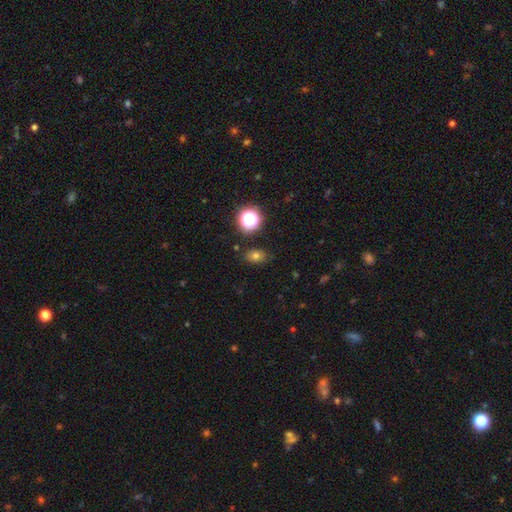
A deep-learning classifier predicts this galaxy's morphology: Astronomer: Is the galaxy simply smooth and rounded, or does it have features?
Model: smooth — 70%.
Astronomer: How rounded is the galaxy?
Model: in between — 69%.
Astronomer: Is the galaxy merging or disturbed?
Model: none — 81%.